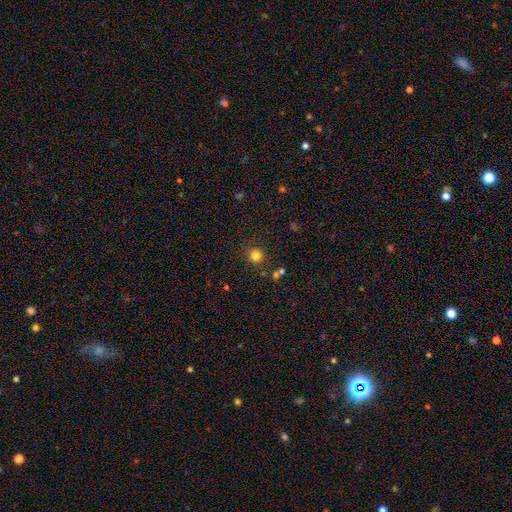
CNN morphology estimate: smooth-or-featured: smooth: 81% | star or artifact: 15% | featured or disk: 5%
  how-rounded: round: 93% | in between: 6% | cigar-shaped: 1%
  merging: none: 85% | minor disturbance: 8% | merger: 4% | major disturbance: 3%